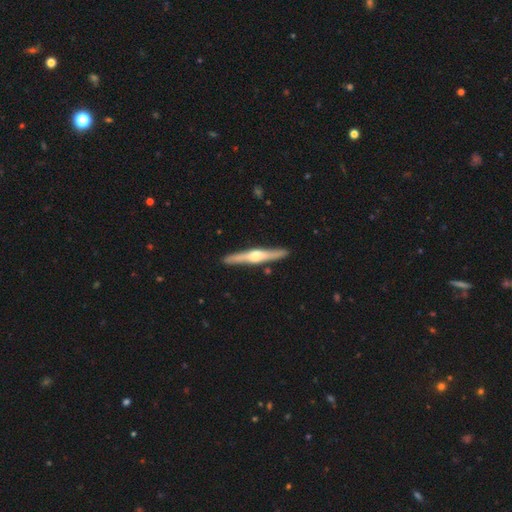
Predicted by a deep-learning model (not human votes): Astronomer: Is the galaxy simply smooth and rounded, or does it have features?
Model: featured or disk — 73%.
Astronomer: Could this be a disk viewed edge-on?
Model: yes — 97%.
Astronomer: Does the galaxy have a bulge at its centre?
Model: rounded — 91%.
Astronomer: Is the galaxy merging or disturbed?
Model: none — 90%.